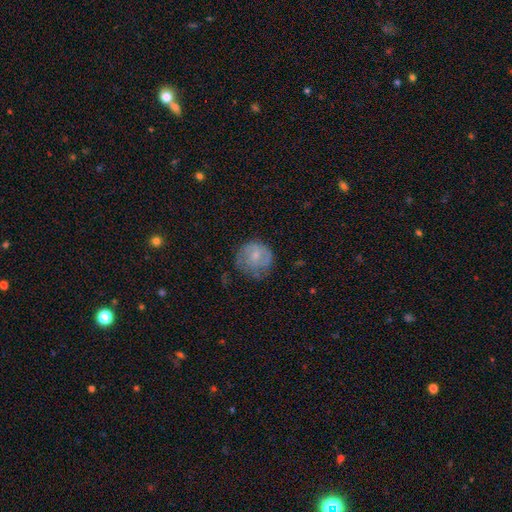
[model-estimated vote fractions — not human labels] Q: Smooth or featured?
A: smooth (62%); runner-up: featured or disk (31%)
Q: How rounded?
A: round (87%); runner-up: in between (12%)
Q: Merging?
A: none (56%); runner-up: minor disturbance (28%)